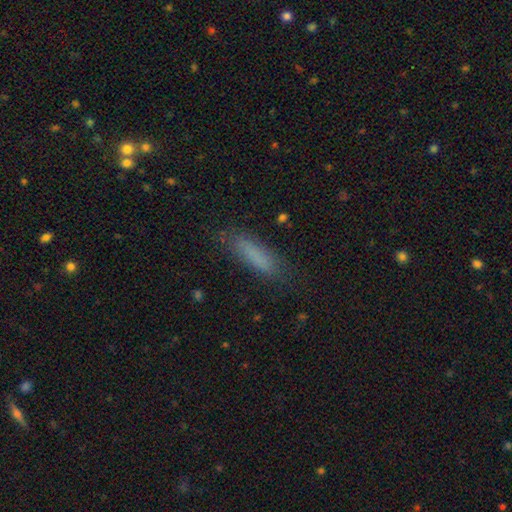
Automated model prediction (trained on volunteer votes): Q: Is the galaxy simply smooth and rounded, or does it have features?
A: smooth — 81%.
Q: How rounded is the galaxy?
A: cigar-shaped — 67%.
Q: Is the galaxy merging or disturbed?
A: none — 80%.